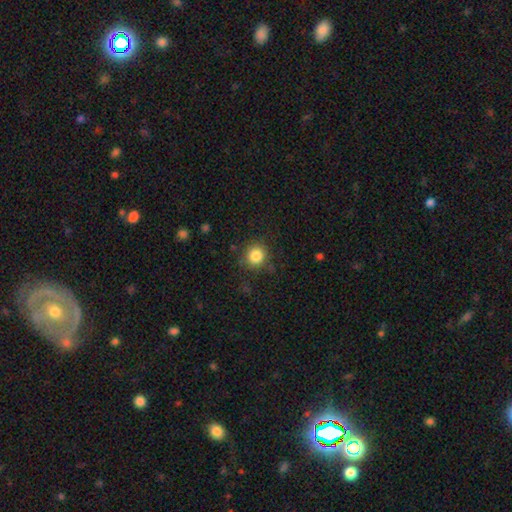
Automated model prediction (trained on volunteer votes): Q: Smooth or featured?
A: smooth (84%); runner-up: star or artifact (11%)
Q: How rounded?
A: round (90%); runner-up: in between (9%)
Q: Merging?
A: none (83%); runner-up: minor disturbance (11%)